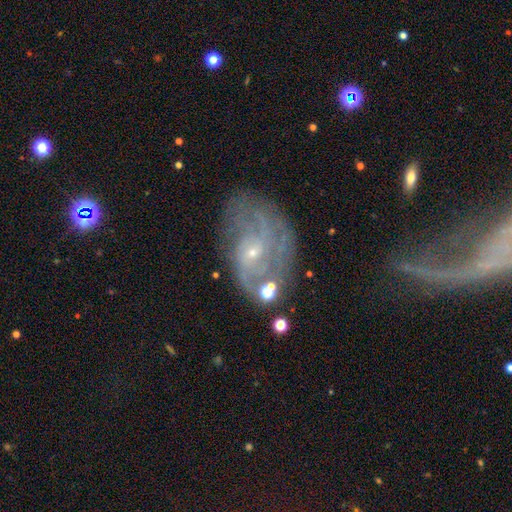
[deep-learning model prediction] Morphology: type=featured or disk (73%); edge-on=no (95%); bar=no (55%); spiral arms=yes (83%); winding=tight (41%); arm count=can't tell (39%); bulge=small (74%); merging=none (50%).